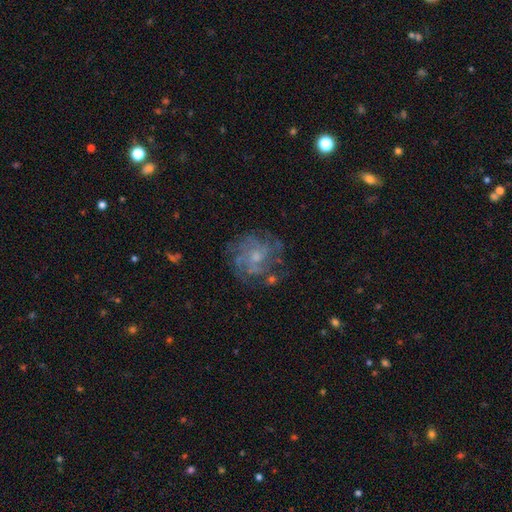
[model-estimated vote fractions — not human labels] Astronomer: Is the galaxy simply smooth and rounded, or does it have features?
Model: featured or disk — 73%.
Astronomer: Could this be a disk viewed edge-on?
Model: no — 98%.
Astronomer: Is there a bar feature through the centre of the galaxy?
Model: no — 74%.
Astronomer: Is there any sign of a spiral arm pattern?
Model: yes — 82%.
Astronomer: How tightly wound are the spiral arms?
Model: tight — 48% (runner-up: medium, 37%).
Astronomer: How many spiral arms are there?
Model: can't tell — 42% (runner-up: 4, 21%).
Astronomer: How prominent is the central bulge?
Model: small — 50% (runner-up: moderate, 39%).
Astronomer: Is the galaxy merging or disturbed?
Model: none — 70%.